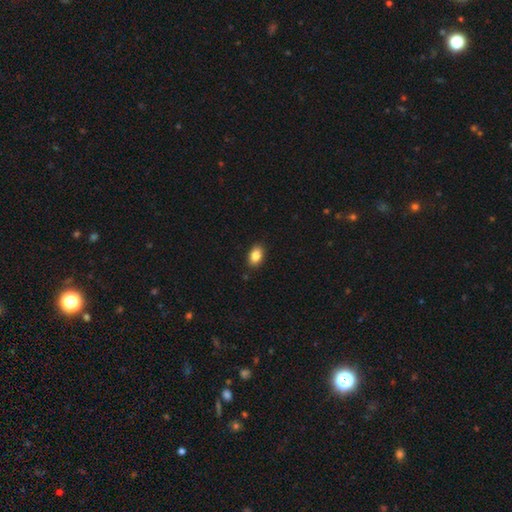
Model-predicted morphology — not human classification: smooth-or-featured: smooth: 86% | star or artifact: 8% | featured or disk: 6%
  how-rounded: in between: 88% | round: 10% | cigar-shaped: 2%
  merging: none: 88% | minor disturbance: 9% | major disturbance: 2% | merger: 1%